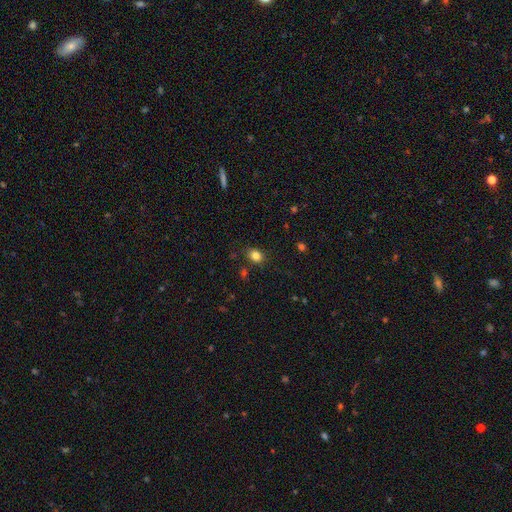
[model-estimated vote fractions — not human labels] smooth-or-featured: smooth: 82% | star or artifact: 12% | featured or disk: 6%
  how-rounded: in between: 52% | round: 47% | cigar-shaped: 1%
  merging: none: 83% | minor disturbance: 12% | major disturbance: 3% | merger: 2%